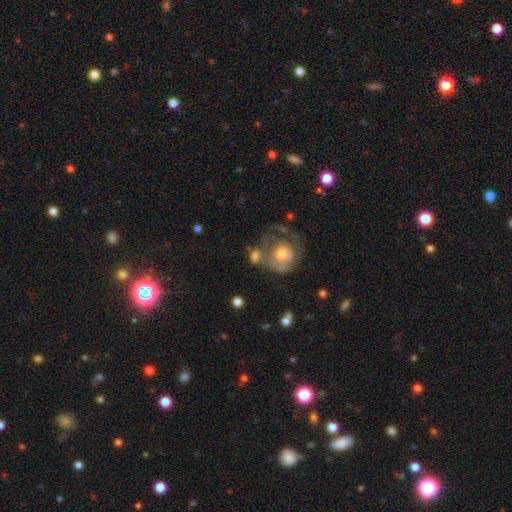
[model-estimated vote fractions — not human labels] Overall: smooth (58%; featured or disk 32%). How rounded: round (65%; in between 33%). Merging: none (34%; merger 29%).